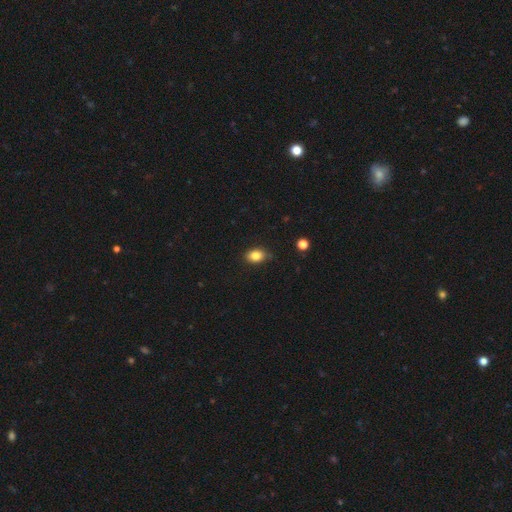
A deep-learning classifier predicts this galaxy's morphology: Smooth or featured: smooth — 84% (star or artifact — 10%)
How rounded: in between — 77% (round — 22%)
Merging: none — 81% (minor disturbance — 15%)